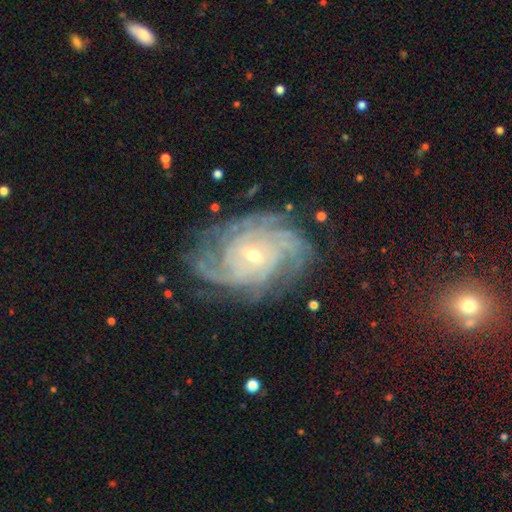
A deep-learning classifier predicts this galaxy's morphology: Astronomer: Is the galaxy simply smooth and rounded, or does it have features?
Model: featured or disk — 88%.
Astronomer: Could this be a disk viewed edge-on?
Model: no — 97%.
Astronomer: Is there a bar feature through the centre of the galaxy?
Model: no — 52% (runner-up: weak, 37%).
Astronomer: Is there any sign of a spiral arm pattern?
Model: yes — 98%.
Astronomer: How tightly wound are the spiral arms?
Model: tight — 72%.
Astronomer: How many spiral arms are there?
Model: can't tell — 27% (runner-up: 4, 23%).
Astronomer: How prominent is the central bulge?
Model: small — 71%.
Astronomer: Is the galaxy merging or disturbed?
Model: none — 76%.